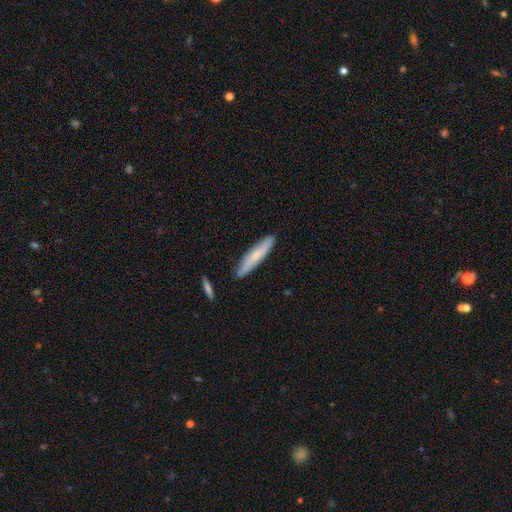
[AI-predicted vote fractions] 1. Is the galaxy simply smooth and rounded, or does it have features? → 65% smooth, 29% featured or disk, 6% star or artifact.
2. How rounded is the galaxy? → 88% cigar-shaped, 10% in between, 1% round.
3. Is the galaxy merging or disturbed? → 86% none, 10% minor disturbance, 2% merger, 2% major disturbance.